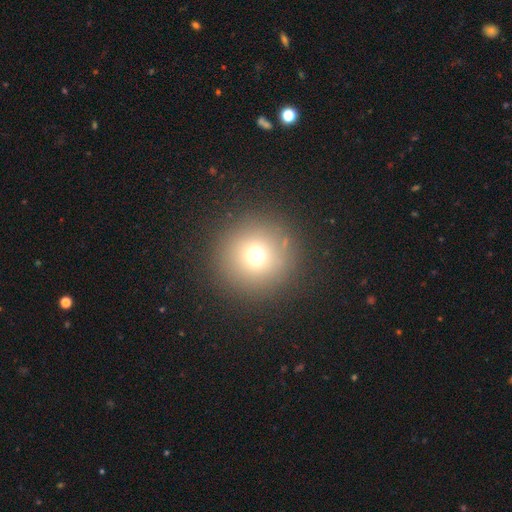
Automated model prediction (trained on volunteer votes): This is likely a smooth galaxy (68%). How rounded: clearly round (95%). Merging: clearly none (87%).